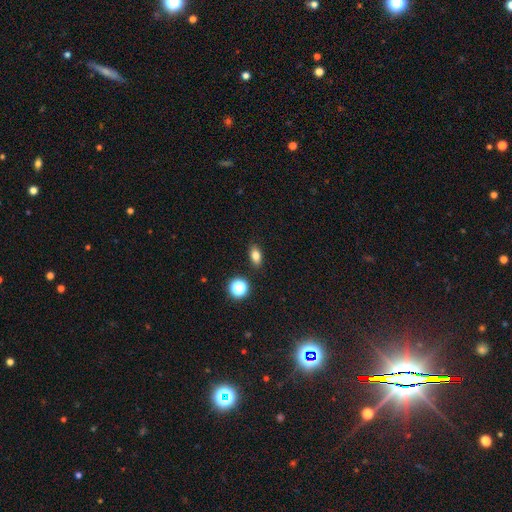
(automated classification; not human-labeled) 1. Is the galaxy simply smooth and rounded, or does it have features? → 79% smooth, 13% star or artifact, 9% featured or disk.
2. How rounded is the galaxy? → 80% in between, 15% round, 6% cigar-shaped.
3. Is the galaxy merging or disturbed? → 87% none, 9% minor disturbance, 2% major disturbance, 2% merger.